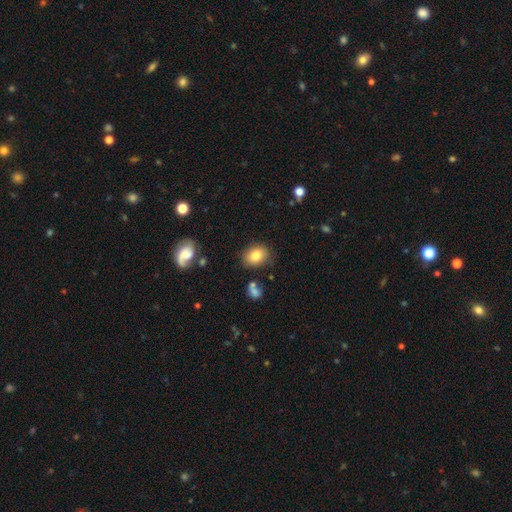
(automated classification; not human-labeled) Smooth or featured? Predicted: smooth (p=0.80). How rounded? Predicted: in between (p=0.62). Merging? Predicted: none (p=0.81).